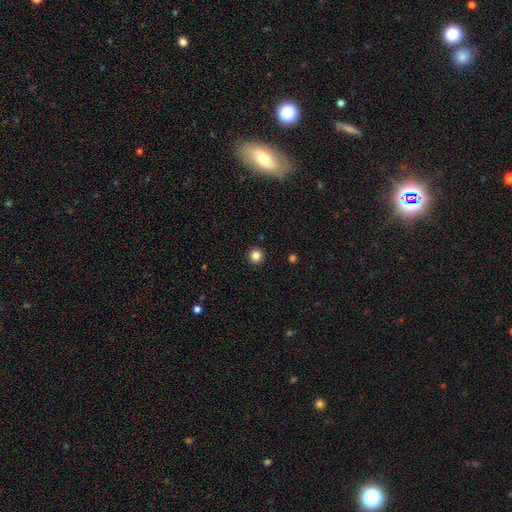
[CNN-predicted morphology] smooth_or_featured: smooth (p=0.85) [alt: star or artifact p=0.12]
how_rounded: round (p=0.96) [alt: in between p=0.03]
merging: none (p=0.93) [alt: minor disturbance p=0.04]